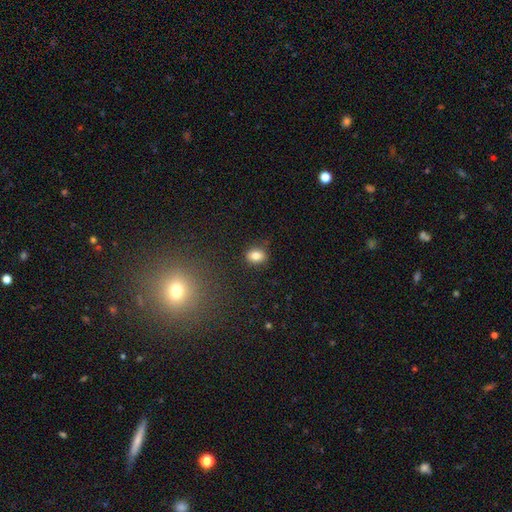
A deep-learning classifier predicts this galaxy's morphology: This appears to be a smooth galaxy with no disk features (81%) that is in between round and cigar-shaped (57%). Merging: none (86%).